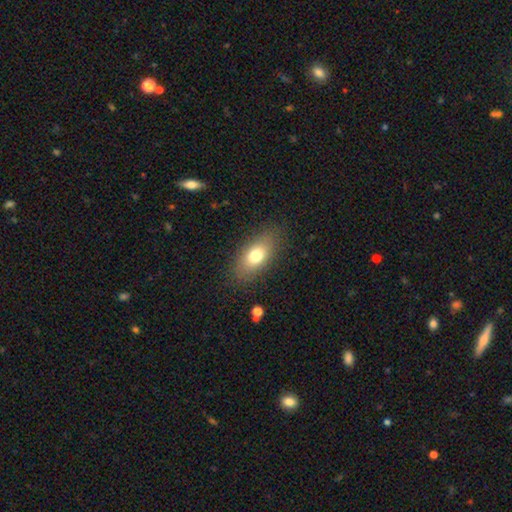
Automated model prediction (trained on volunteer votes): Smooth or featured? smooth (74%)
How rounded? in between (86%)
Merging? none (83%)